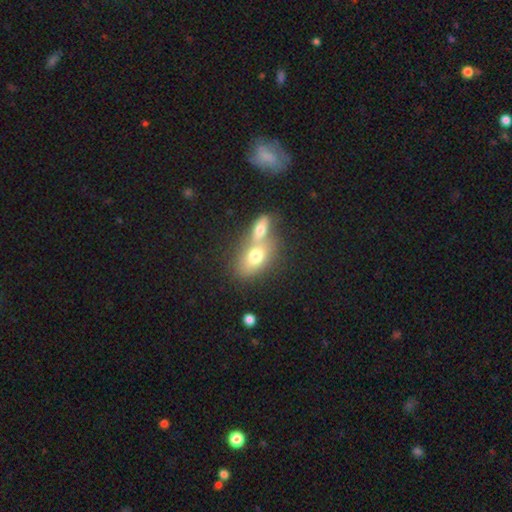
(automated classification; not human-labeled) The model was most divided on "merging": merger: 61%, none: 27%, minor disturbance: 7%, major disturbance: 4%. More confident: how rounded — in between (81%); smooth or featured — smooth (72%).